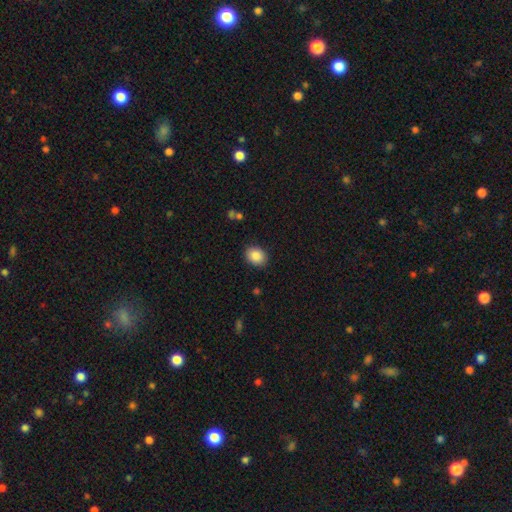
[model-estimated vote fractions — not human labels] Q: Smooth or featured?
A: smooth (87%); runner-up: star or artifact (8%)
Q: How rounded?
A: in between (54%); runner-up: round (46%)
Q: Merging?
A: none (88%); runner-up: minor disturbance (8%)